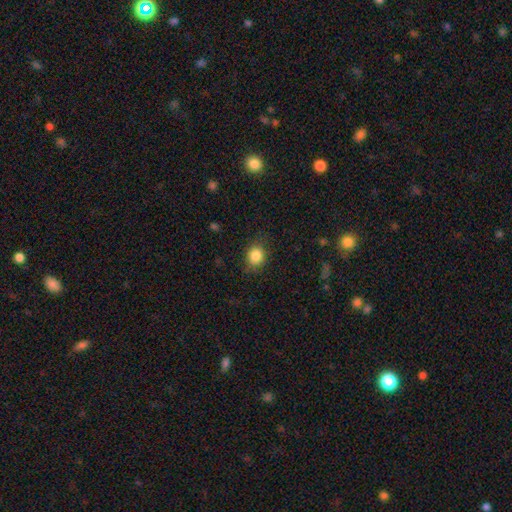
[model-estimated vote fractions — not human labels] Q: Smooth or featured?
A: smooth (85%); runner-up: star or artifact (10%)
Q: How rounded?
A: round (65%); runner-up: in between (34%)
Q: Merging?
A: none (79%); runner-up: minor disturbance (16%)